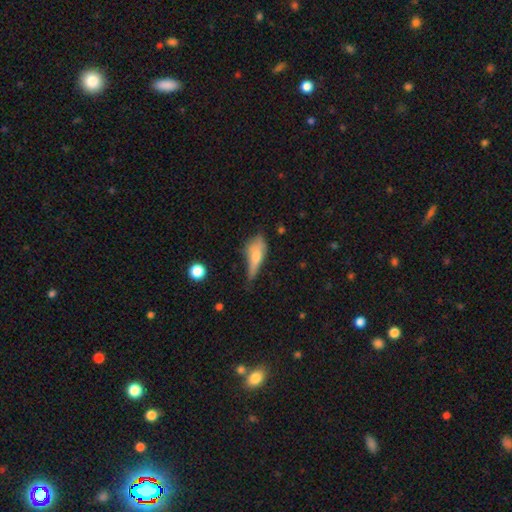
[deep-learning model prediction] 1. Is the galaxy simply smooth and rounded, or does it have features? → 65% smooth, 27% featured or disk, 8% star or artifact.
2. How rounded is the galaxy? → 59% in between, 36% cigar-shaped, 5% round.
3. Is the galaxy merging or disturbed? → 39% minor disturbance, 31% none, 25% major disturbance, 4% merger.